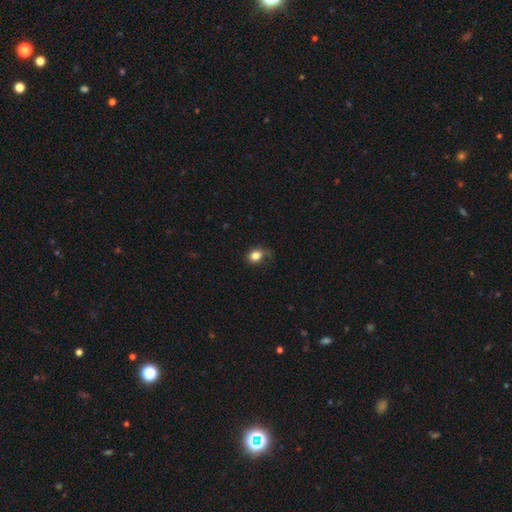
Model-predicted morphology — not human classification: This is clearly a smooth galaxy (83%). How rounded: possibly in between (50%). Merging: likely none (66%).